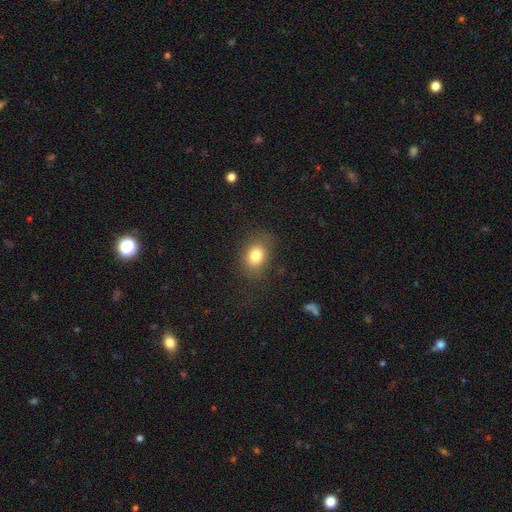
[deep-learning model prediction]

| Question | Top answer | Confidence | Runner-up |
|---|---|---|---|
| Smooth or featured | smooth | 79% | star or artifact (11%) |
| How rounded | in between | 60% | round (39%) |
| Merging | none | 76% | minor disturbance (16%) |